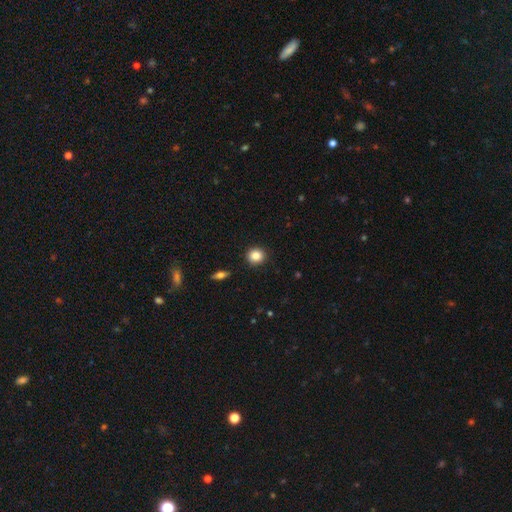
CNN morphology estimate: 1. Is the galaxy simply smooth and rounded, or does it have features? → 85% smooth, 9% star or artifact, 6% featured or disk.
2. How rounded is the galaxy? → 86% round, 13% in between, 1% cigar-shaped.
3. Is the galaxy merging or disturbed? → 91% none, 6% minor disturbance, 2% major disturbance, 1% merger.